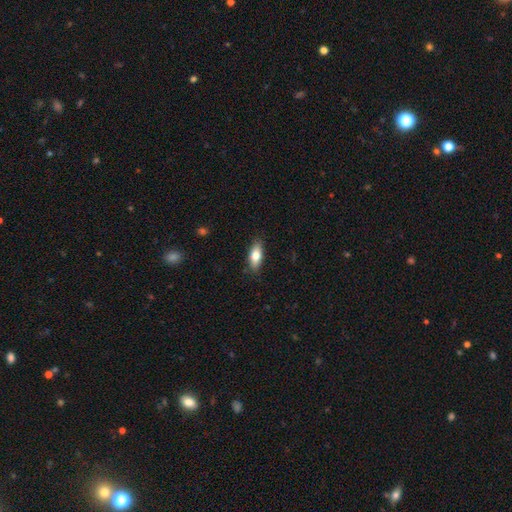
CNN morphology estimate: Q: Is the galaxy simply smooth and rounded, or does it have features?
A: smooth — 74%.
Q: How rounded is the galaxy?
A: in between — 74%.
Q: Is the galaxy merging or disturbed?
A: none — 86%.